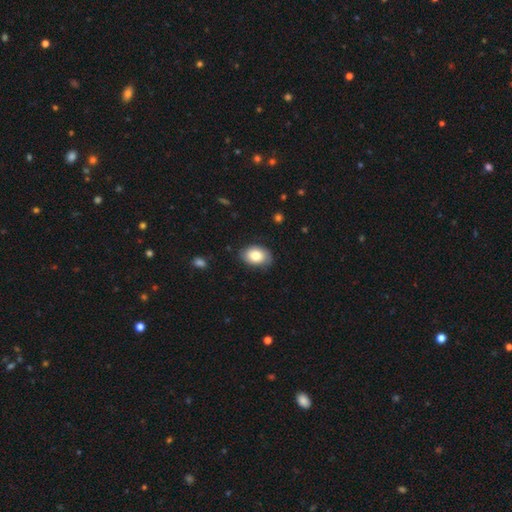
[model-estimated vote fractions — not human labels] This is likely a smooth galaxy (78%). How rounded: likely in between (76%). Merging: likely none (79%).